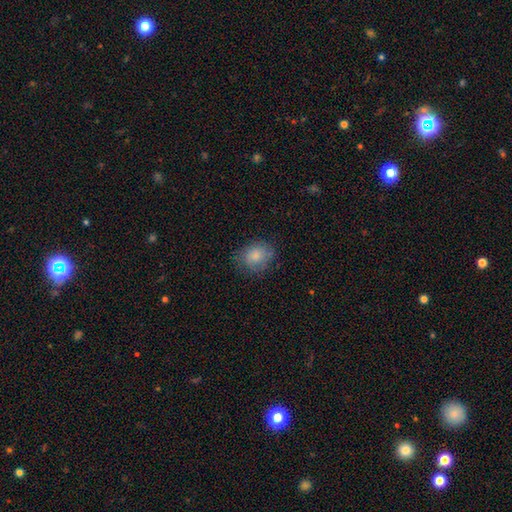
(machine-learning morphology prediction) This appears to be a smooth galaxy with no disk features (80%) that is round (56%). Merging: none (71%).